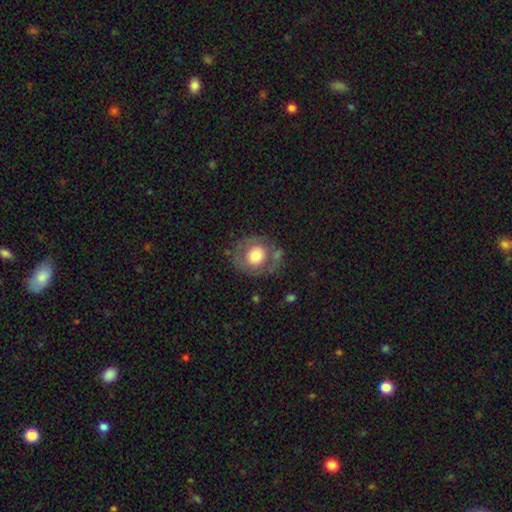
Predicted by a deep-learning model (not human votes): A smooth galaxy with no disk features (58%) that is round (84%). Merging: none (69%).